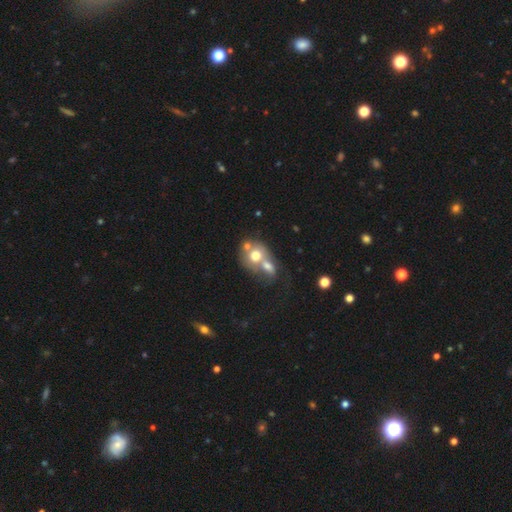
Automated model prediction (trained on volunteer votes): Q: Smooth or featured?
A: smooth (61%); runner-up: featured or disk (29%)
Q: How rounded?
A: round (63%); runner-up: in between (36%)
Q: Merging?
A: merger (66%); runner-up: none (21%)